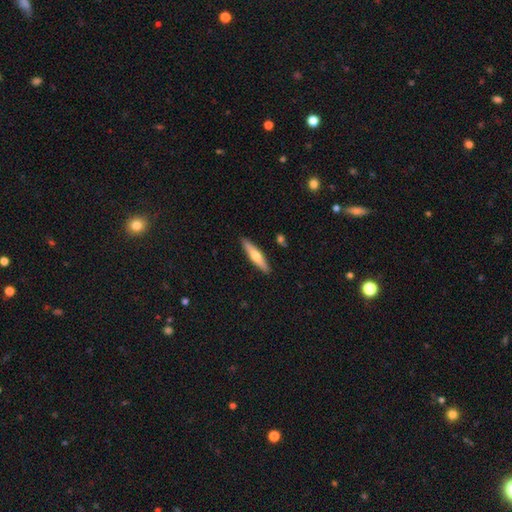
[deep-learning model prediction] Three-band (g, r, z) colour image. It shows a smooth galaxy with no disk features (53%) that is cigar-shaped (85%). Merging: none (89%).